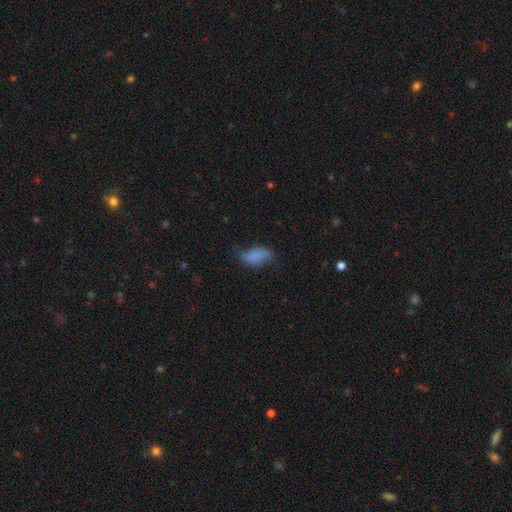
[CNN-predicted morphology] A smooth galaxy with no disk features (67%) that is in between round and cigar-shaped (91%).

Vote fractions:
- Smooth or featured? smooth: 67% / featured or disk: 22% / star or artifact: 10%
- How rounded? in between: 91% / round: 5% / cigar-shaped: 3%
- Merging? none: 44% / minor disturbance: 33% / major disturbance: 20% / merger: 3%